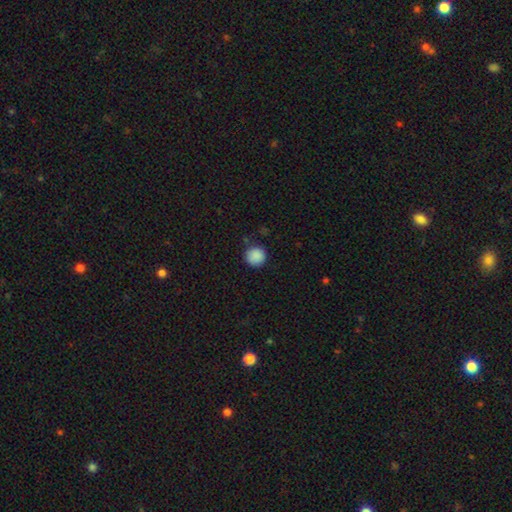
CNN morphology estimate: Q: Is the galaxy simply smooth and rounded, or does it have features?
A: smooth — 89%.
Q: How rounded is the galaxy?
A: round — 94%.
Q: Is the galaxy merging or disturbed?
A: none — 84%.